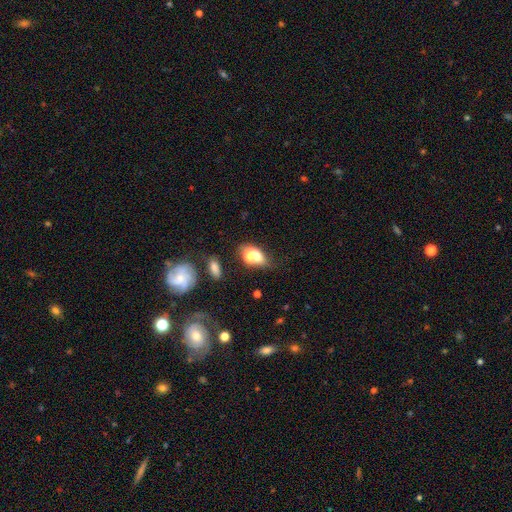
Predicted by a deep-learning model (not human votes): Overall: smooth (68%). How rounded: in between (72%). Merging: none (37%; merger 29%).